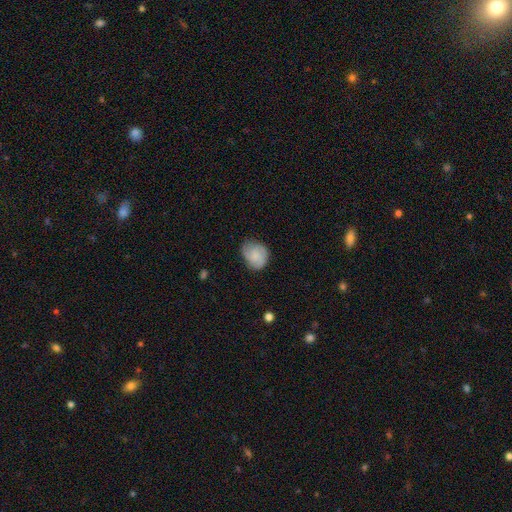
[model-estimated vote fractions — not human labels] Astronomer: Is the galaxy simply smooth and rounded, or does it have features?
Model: smooth — 62%.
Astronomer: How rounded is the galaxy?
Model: round — 57% (runner-up: in between, 42%).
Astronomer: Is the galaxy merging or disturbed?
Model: none — 63%.